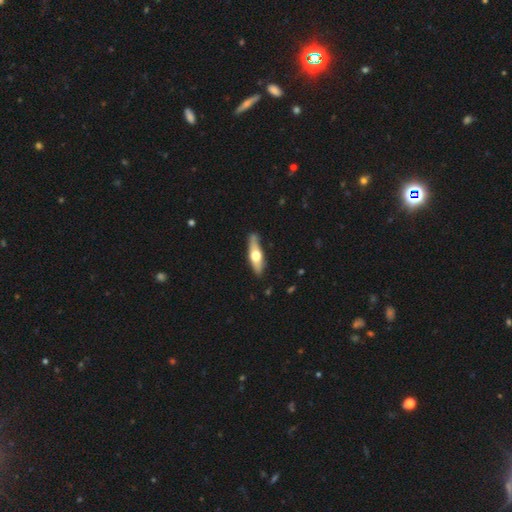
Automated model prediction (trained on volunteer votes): Smooth or featured? featured or disk (51%)
Edge-on disk? yes (85%)
Merging? none (81%)